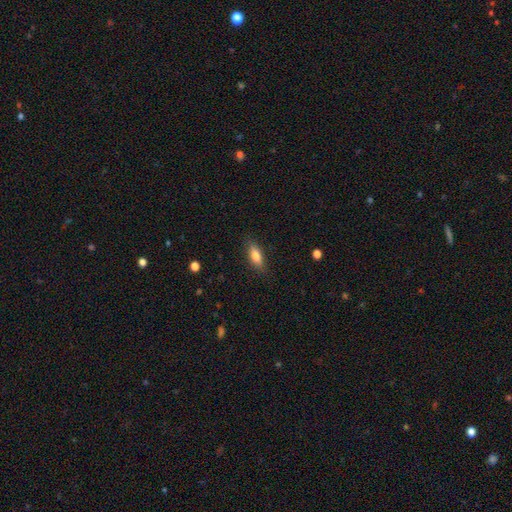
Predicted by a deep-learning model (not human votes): smooth_or_featured: smooth (p=0.75) [alt: featured or disk p=0.18]
how_rounded: in between (p=0.64) [alt: cigar-shaped p=0.33]
merging: none (p=0.84) [alt: minor disturbance p=0.12]